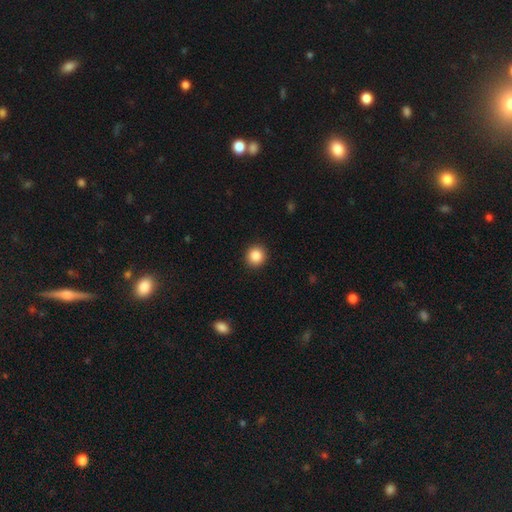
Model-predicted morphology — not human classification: type=smooth (86%); roundness=round (91%); merging=none (92%).